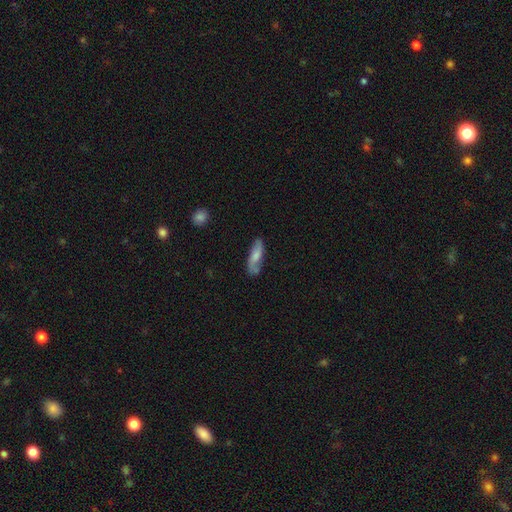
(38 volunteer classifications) A smooth galaxy with no disk features (66%) that is in between round and cigar-shaped (60%). Merging: minor disturbance (43%).